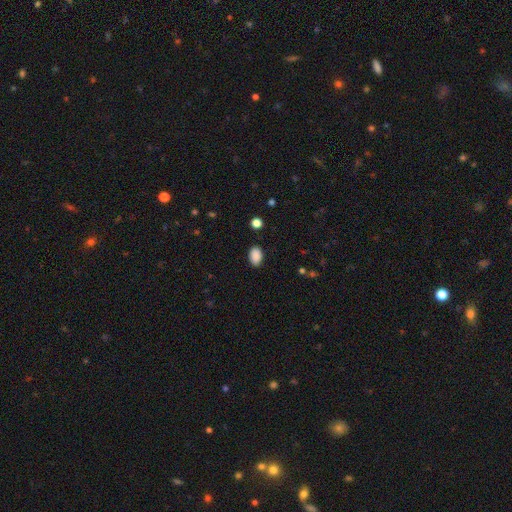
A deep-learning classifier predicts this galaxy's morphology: smooth_or_featured: smooth (p=0.89) [alt: star or artifact p=0.08]
how_rounded: in between (p=0.90) [alt: round p=0.09]
merging: none (p=0.88) [alt: minor disturbance p=0.09]